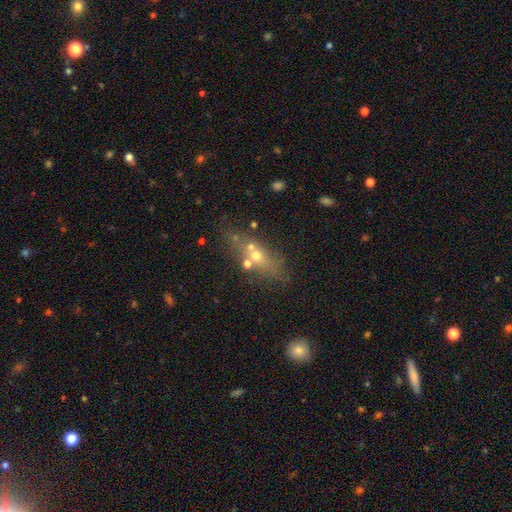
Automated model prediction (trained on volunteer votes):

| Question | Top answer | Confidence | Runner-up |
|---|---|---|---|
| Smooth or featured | smooth | 44% | featured or disk (38%) |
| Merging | none | 47% | merger (33%) |